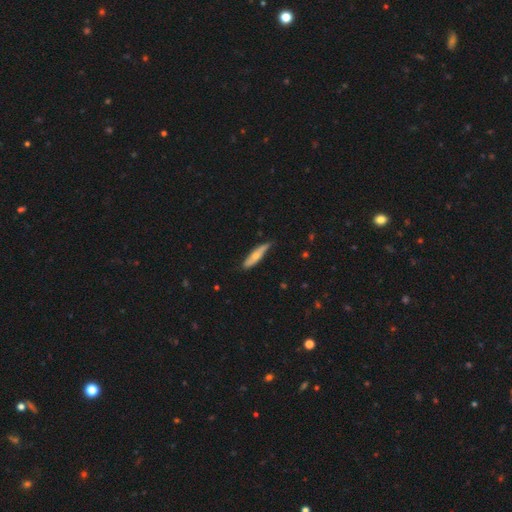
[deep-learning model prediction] Q: Smooth or featured?
A: smooth (57%); runner-up: featured or disk (37%)
Q: How rounded?
A: cigar-shaped (77%); runner-up: in between (21%)
Q: Merging?
A: none (69%); runner-up: minor disturbance (26%)